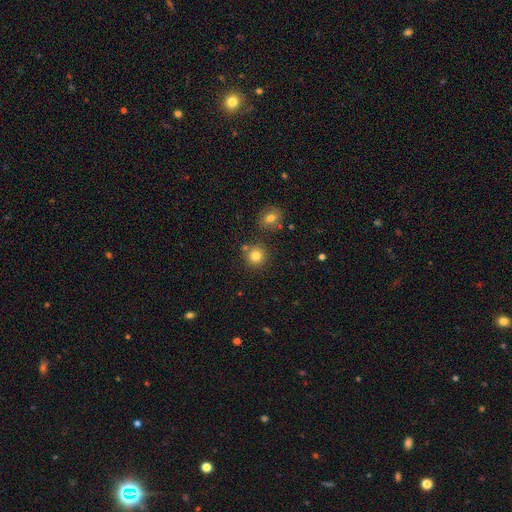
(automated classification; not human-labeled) This appears to be a smooth galaxy with no disk features (82%) that is round (93%). Merging: none (81%).